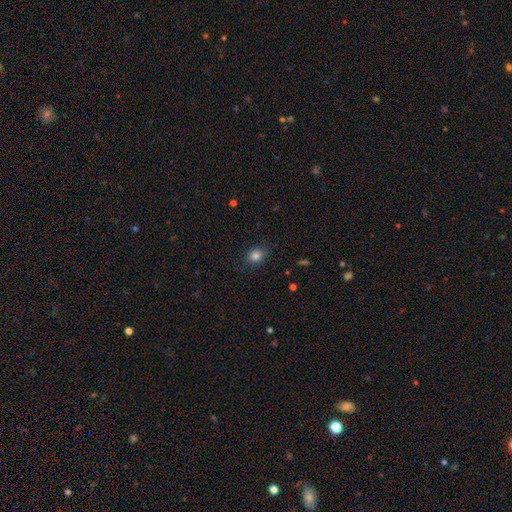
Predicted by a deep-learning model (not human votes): smooth-or-featured: smooth: 83% | star or artifact: 11% | featured or disk: 6%
  how-rounded: in between: 53% | round: 46% | cigar-shaped: 1%
  merging: none: 81% | minor disturbance: 14% | major disturbance: 4% | merger: 1%